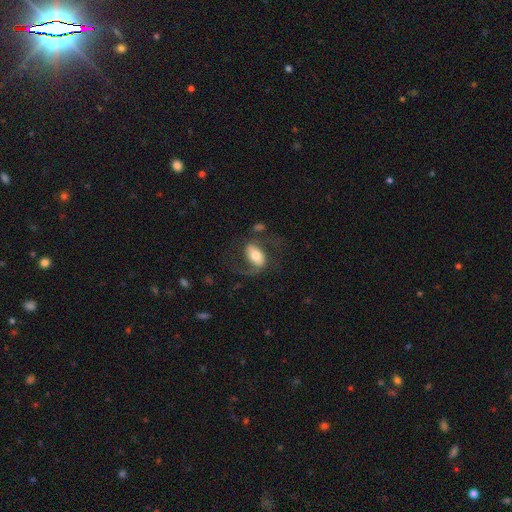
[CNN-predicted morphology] Smooth or featured?
  - featured or disk: 58% *
  - smooth: 35%
  - star or artifact: 7%
Edge-on disk?
  - no: 94% *
  - yes: 6%
Bar?
  - strong: 40% *
  - weak: 31%
  - no: 29%
Spiral arms?
  - yes: 80% *
  - no: 20%
Bulge size?
  - moderate: 60% *
  - large: 21%
  - small: 14%
  - dominant: 3%
  - none: 2%
Merging?
  - none: 58% *
  - major disturbance: 22%
  - minor disturbance: 17%
  - merger: 3%